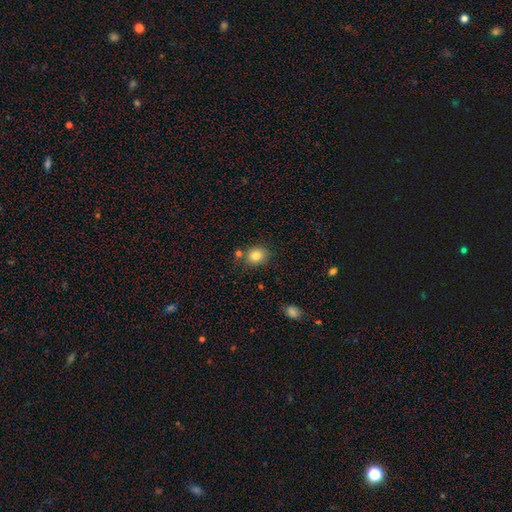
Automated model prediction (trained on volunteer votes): smooth 82%, star or artifact 10%, featured or disk 7%. Down the decision tree: how rounded — round (69%); merging — none (76%).